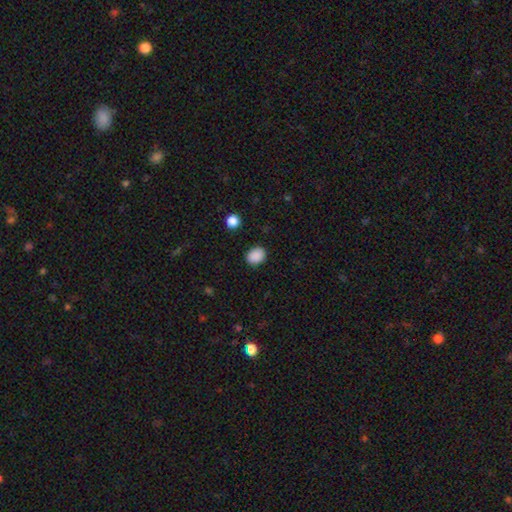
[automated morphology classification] Q: Smooth or featured?
A: smooth (89%); runner-up: star or artifact (9%)
Q: How rounded?
A: in between (51%); runner-up: round (48%)
Q: Merging?
A: none (88%); runner-up: minor disturbance (8%)